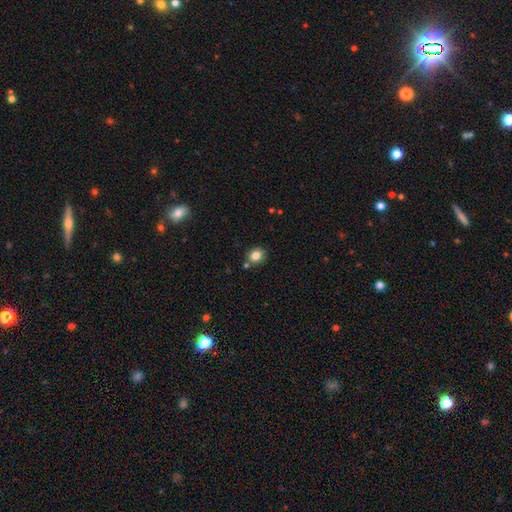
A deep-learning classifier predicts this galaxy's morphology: Smooth or featured? smooth (83%)
How rounded? round (64%)
Merging? none (78%)